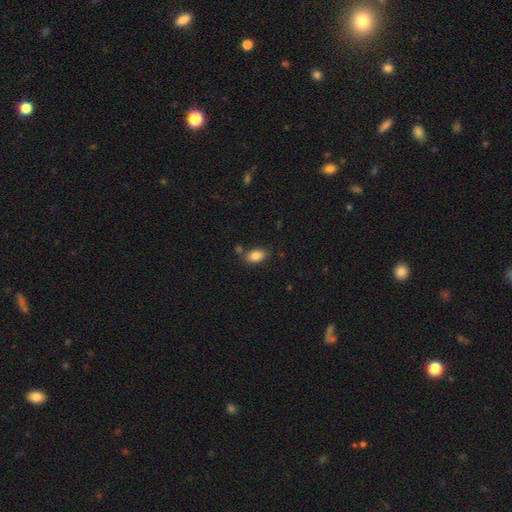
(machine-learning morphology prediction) A smooth galaxy with no disk features (84%) that is in between round and cigar-shaped (90%). Merging: none (78%).